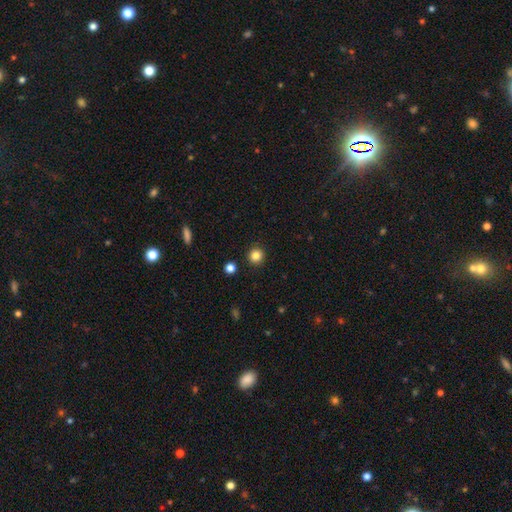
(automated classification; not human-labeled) This is clearly a smooth galaxy (84%). How rounded: clearly round (93%). Merging: clearly none (91%).